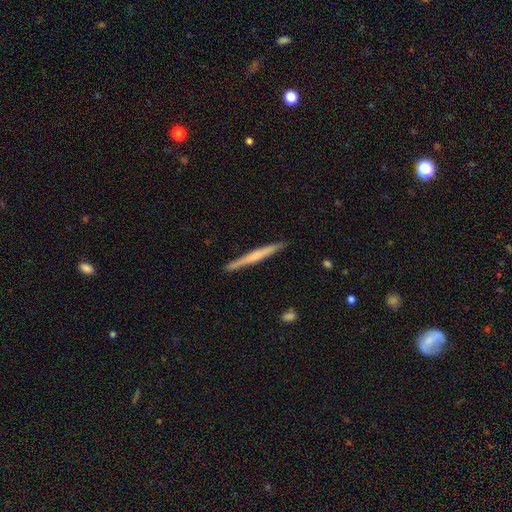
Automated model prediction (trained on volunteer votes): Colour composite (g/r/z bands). It shows a featured or disk galaxy (52%) viewed edge-on (98%) with no central bulge (57%). Merging: none (91%).